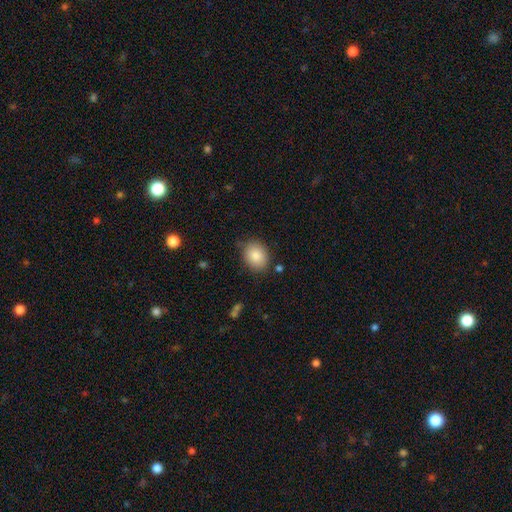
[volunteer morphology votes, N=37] Overall: smooth (92%). How rounded: in between (56%; round 44%). Merging: none (85%).